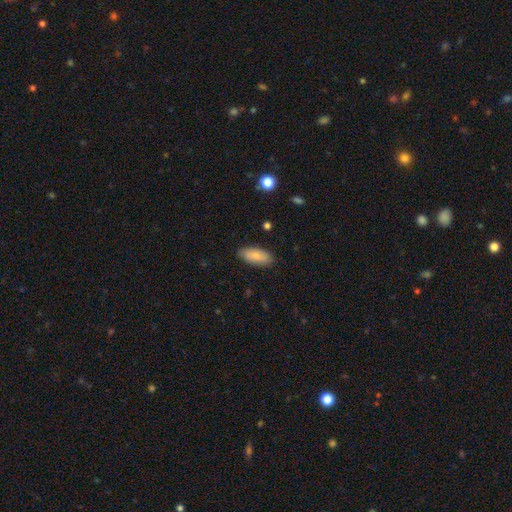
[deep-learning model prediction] smooth_or_featured: smooth (p=0.85) [alt: featured or disk p=0.09]
how_rounded: in between (p=0.85) [alt: cigar-shaped p=0.14]
merging: none (p=0.86) [alt: minor disturbance p=0.10]